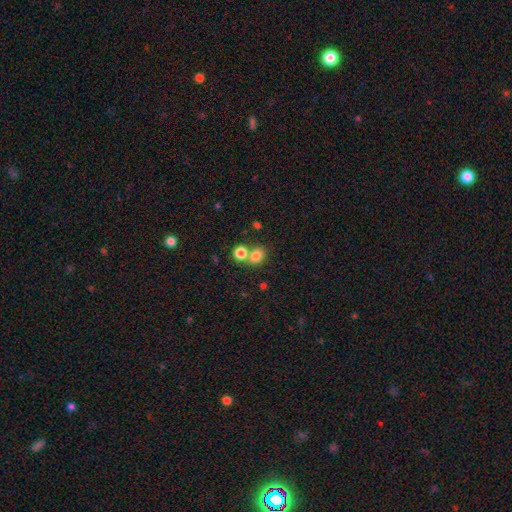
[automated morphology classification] Smooth or featured: smooth — 80% (star or artifact — 13%)
How rounded: round — 63% (in between — 36%)
Merging: none — 51% (merger — 36%)